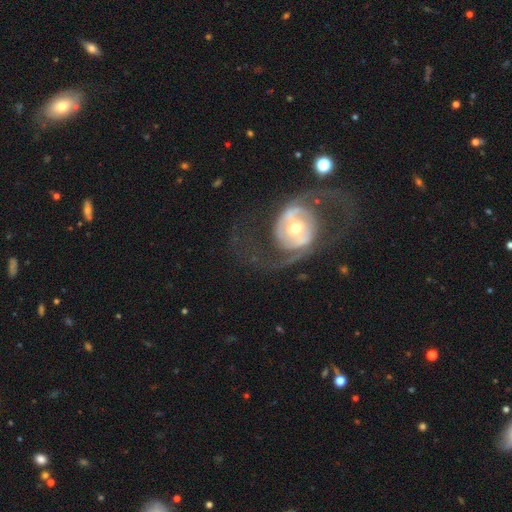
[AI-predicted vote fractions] The model was most divided on "bulge size": moderate: 48%, small: 40%, large: 8%, dominant: 2%, none: 1%. Remaining: edge-on disk — no (97%); spiral arms — yes (90%); spiral arm count — 2 (90%); smooth or featured — featured or disk (85%); merging — none (68%); bar — no (52%); spiral winding — medium (48%).